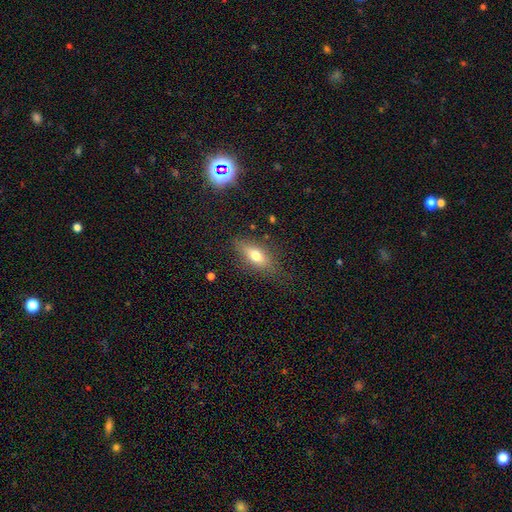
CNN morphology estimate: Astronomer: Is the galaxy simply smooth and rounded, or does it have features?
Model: smooth — 65%.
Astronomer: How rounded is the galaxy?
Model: in between — 70%.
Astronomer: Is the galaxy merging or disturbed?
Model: none — 77%.